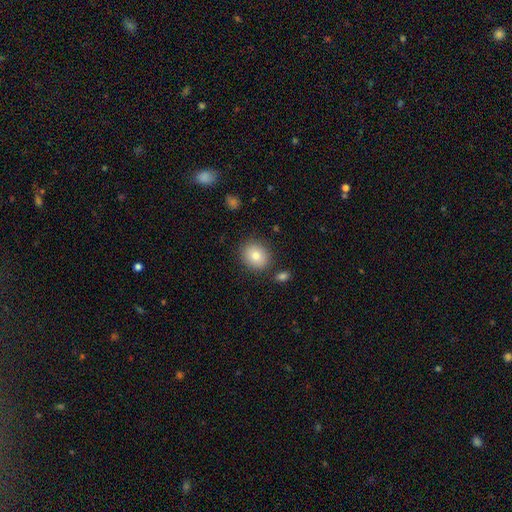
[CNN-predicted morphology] type=smooth (80%); roundness=round (69%); merging=none (84%).